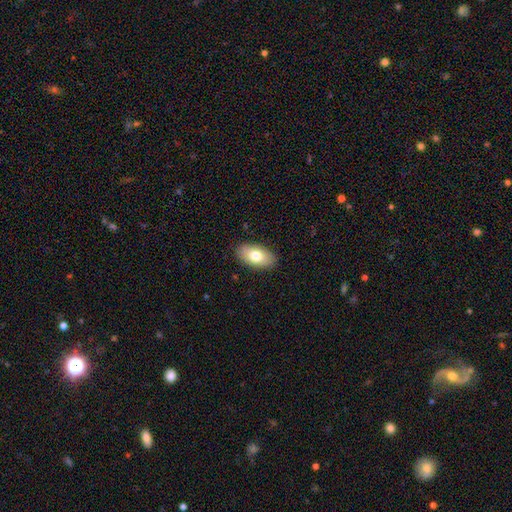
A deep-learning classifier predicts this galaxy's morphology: A smooth galaxy with no disk features (76%) that is in between round and cigar-shaped (93%). Merging: none (88%).